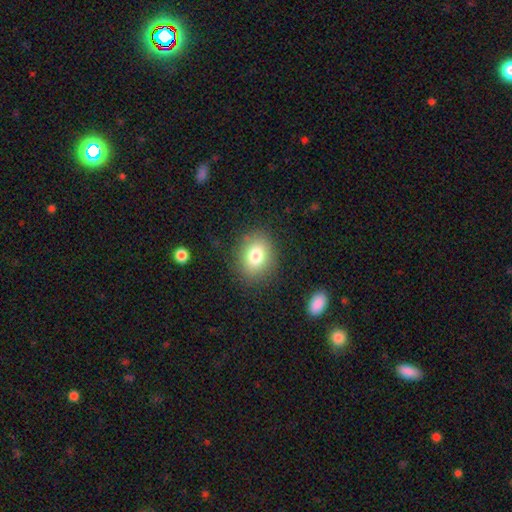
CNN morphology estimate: Smooth or featured? smooth (80%)
How rounded? round (55%)
Merging? none (85%)